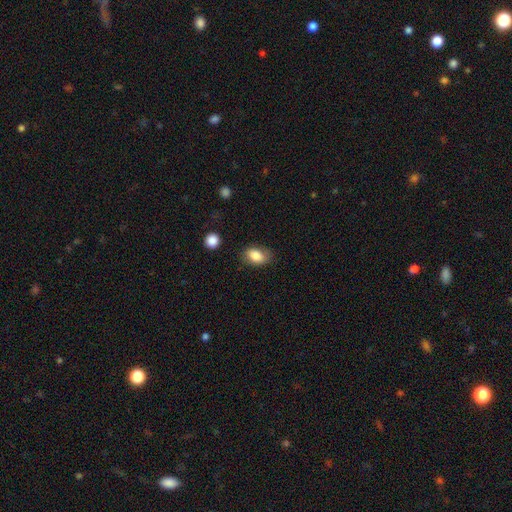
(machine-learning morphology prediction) smooth_or_featured: smooth (p=0.84) [alt: featured or disk p=0.08]
how_rounded: in between (p=0.84) [alt: round p=0.15]
merging: none (p=0.71) [alt: minor disturbance p=0.21]